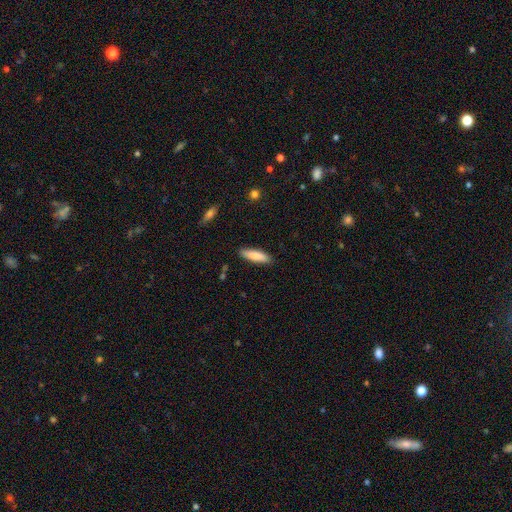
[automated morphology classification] The model was most divided on "how rounded": cigar-shaped: 62%, in between: 37%, round: 1%. More confident: merging — none (88%); smooth or featured — smooth (82%).